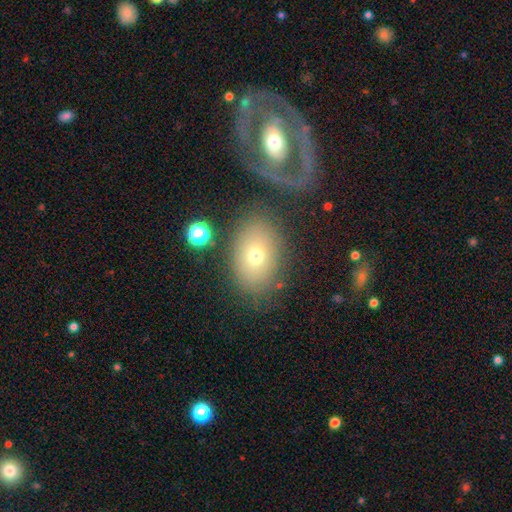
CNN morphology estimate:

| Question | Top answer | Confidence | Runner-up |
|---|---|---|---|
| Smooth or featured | smooth | 61% | featured or disk (28%) |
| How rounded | in between | 77% | round (22%) |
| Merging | none | 73% | minor disturbance (13%) |